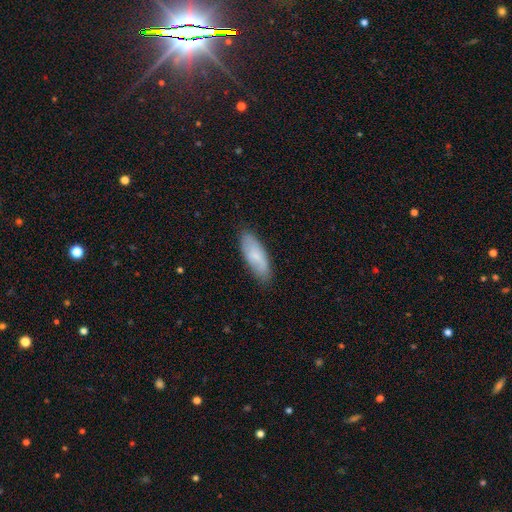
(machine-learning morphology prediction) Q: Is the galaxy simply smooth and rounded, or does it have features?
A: smooth — 72%.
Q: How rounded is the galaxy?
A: in between — 70%.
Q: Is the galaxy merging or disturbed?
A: none — 81%.